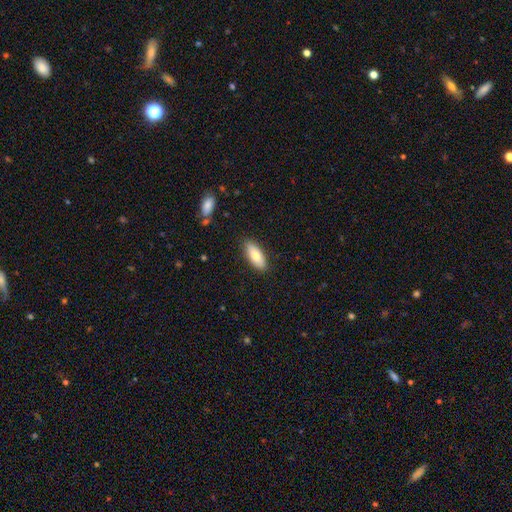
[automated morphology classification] Smooth or featured: smooth — 77% (featured or disk — 17%)
How rounded: in between — 79% (cigar-shaped — 19%)
Merging: none — 87% (minor disturbance — 10%)